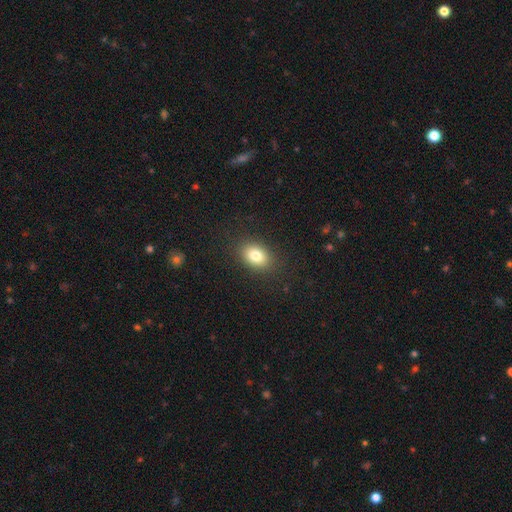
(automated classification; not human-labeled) smooth_or_featured: smooth (p=0.81) [alt: star or artifact p=0.10]
how_rounded: in between (p=0.76) [alt: round p=0.23]
merging: none (p=0.87) [alt: minor disturbance p=0.09]